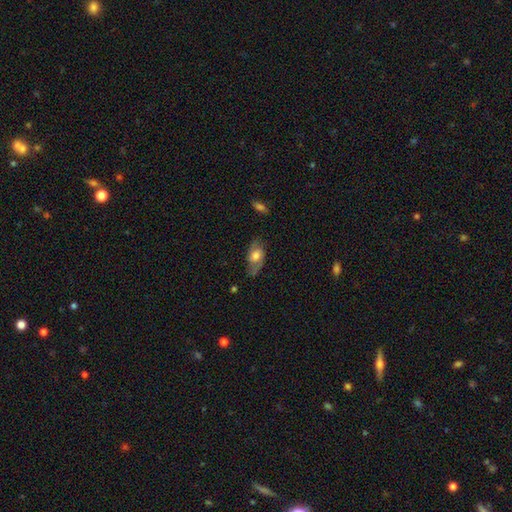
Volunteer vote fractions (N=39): A featured or disk galaxy (69%) with no bar (58%), 2 (90%) loose (57%) spiral arms (88%) and a moderate central bulge (42%). Merging: none (70%).